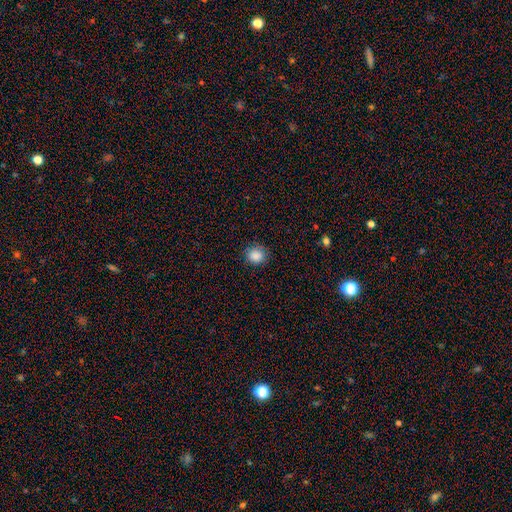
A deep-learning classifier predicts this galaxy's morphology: smooth 87%, star or artifact 10%, featured or disk 3%. Down the decision tree: how rounded — round (83%); merging — none (86%).